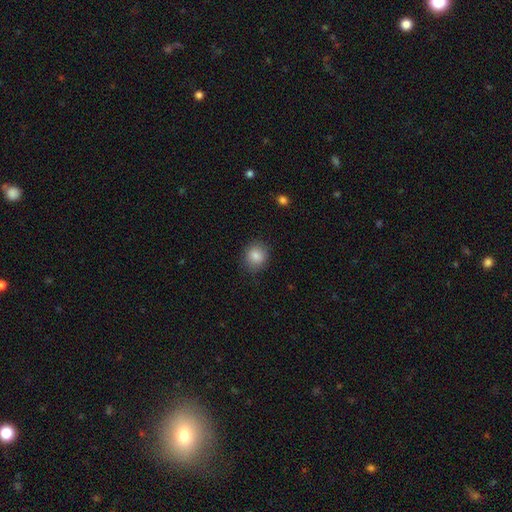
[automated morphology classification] Smooth or featured: smooth — 85% (star or artifact — 9%)
How rounded: round — 75% (in between — 24%)
Merging: none — 85% (minor disturbance — 11%)